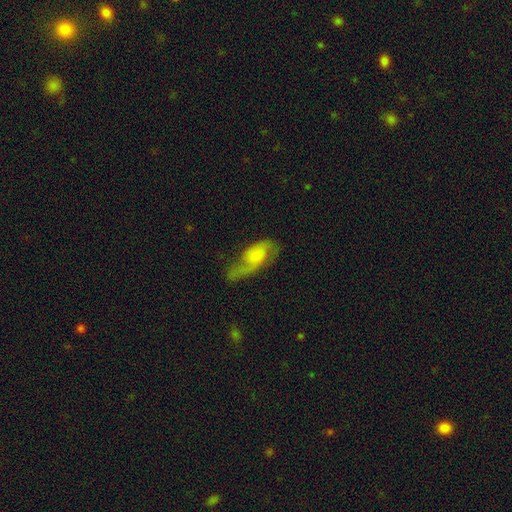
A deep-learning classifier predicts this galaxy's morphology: Smooth or featured?
  - featured or disk: 58% *
  - smooth: 35%
  - star or artifact: 7%
Edge-on disk?
  - no: 92% *
  - yes: 8%
Bar?
  - no: 64% *
  - weak: 31%
  - strong: 5%
Spiral arms?
  - yes: 86% *
  - no: 14%
Bulge size?
  - moderate: 33% *
  - small: 32%
  - none: 20%
  - large: 13%
  - dominant: 2%
Merging?
  - none: 45% *
  - minor disturbance: 27%
  - major disturbance: 25%
  - merger: 3%